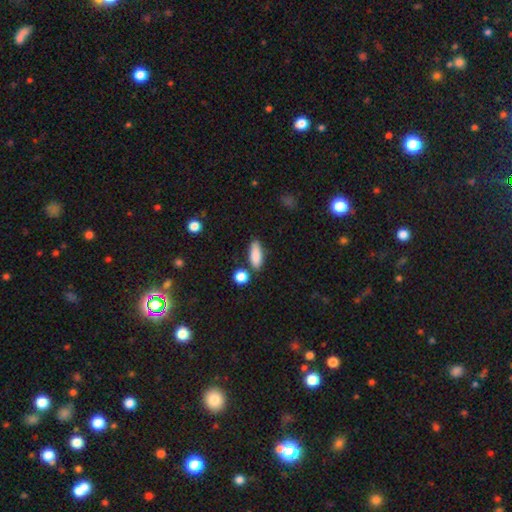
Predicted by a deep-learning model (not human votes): Morphology: type=smooth (85%); roundness=in between (65%); merging=none (74%).